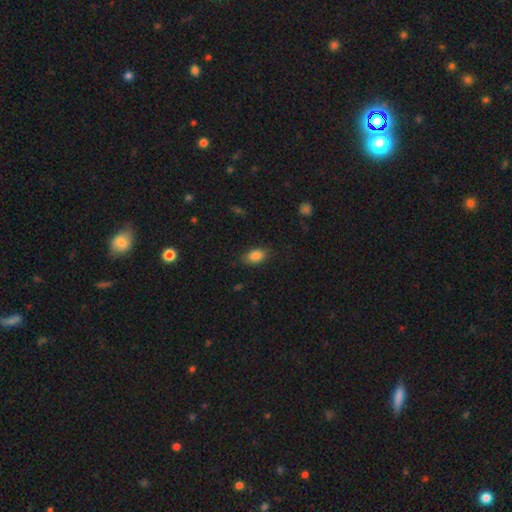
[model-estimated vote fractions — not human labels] This appears to be a smooth galaxy with no disk features (86%) that is in between round and cigar-shaped (89%). Merging: none (81%).